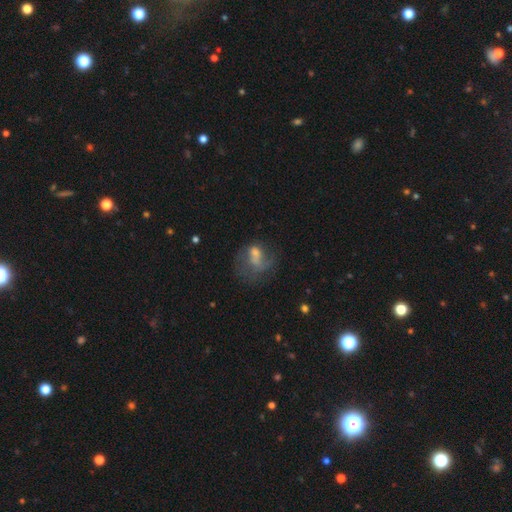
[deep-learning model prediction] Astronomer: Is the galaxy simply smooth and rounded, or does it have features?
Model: featured or disk — 45% (runner-up: smooth, 44%).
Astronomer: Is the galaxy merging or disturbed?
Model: major disturbance — 42% (runner-up: none, 28%).